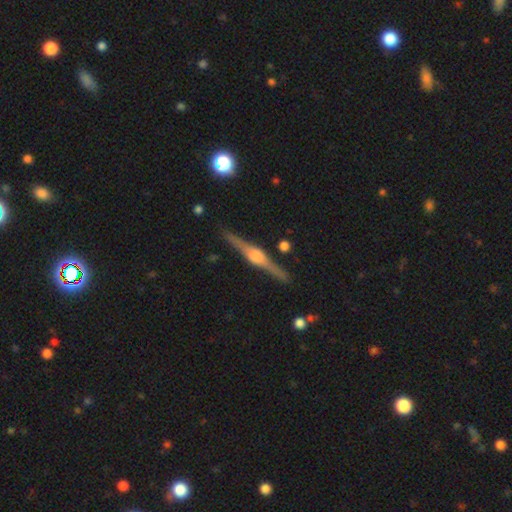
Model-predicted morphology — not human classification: Smooth or featured?
  - featured or disk: 87% *
  - smooth: 8%
  - star or artifact: 5%
Edge-on disk?
  - yes: 98% *
  - no: 2%
Edge-on bulge?
  - rounded: 87% *
  - boxy: 11%
  - none: 2%
Merging?
  - none: 90% *
  - minor disturbance: 7%
  - major disturbance: 1%
  - merger: 1%